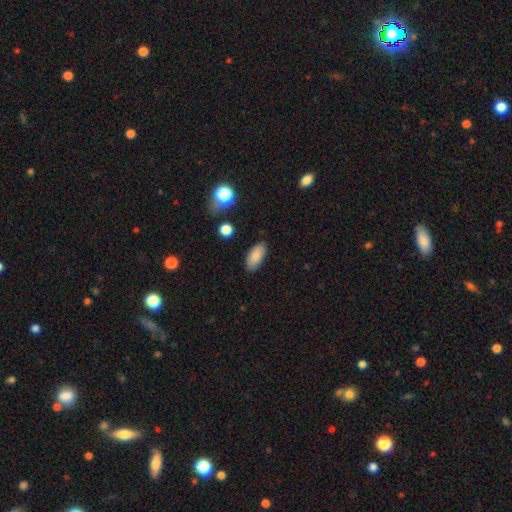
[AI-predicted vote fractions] Morphology: type=smooth (85%); roundness=in between (89%); merging=none (85%).